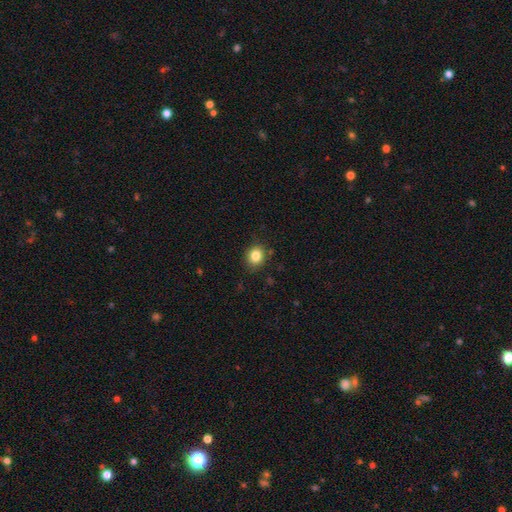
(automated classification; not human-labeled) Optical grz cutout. It shows a smooth galaxy with no disk features (83%) that is round (69%). Merging: none (84%).